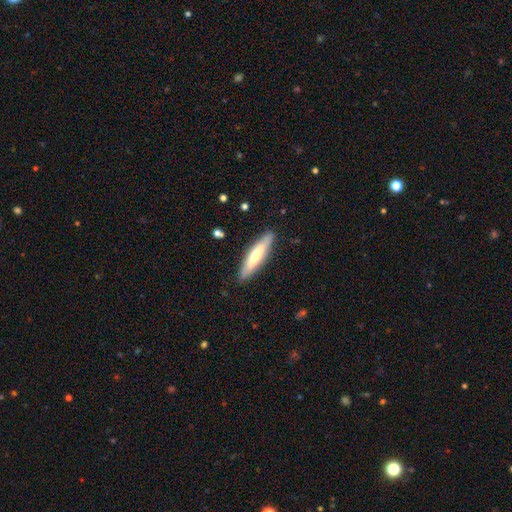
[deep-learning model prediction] A smooth galaxy with no disk features (58%) that is cigar-shaped (78%). Merging: none (87%).